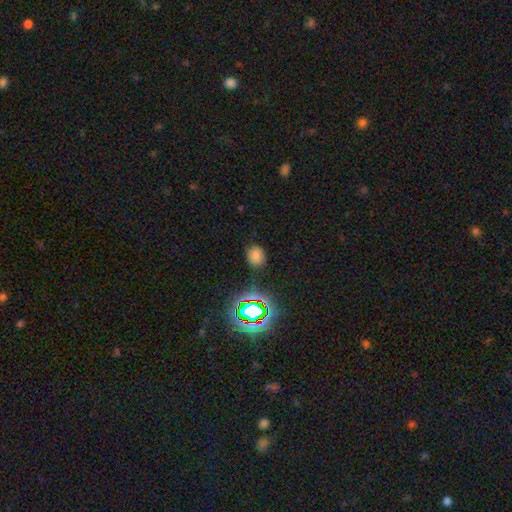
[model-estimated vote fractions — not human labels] The model was most divided on "how rounded": round: 56%, in between: 43%, cigar-shaped: 1%. More confident: merging — none (81%); smooth or featured — smooth (71%).